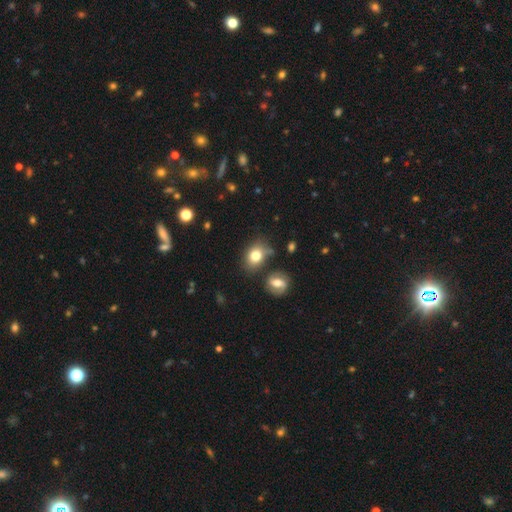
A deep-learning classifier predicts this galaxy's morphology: A smooth galaxy with no disk features (78%) that is in between round and cigar-shaped (60%).

Vote fractions:
- Smooth or featured? smooth: 78% / featured or disk: 13% / star or artifact: 9%
- How rounded? in between: 60% / round: 39% / cigar-shaped: 1%
- Merging? none: 67% / minor disturbance: 18% / merger: 10% / major disturbance: 5%